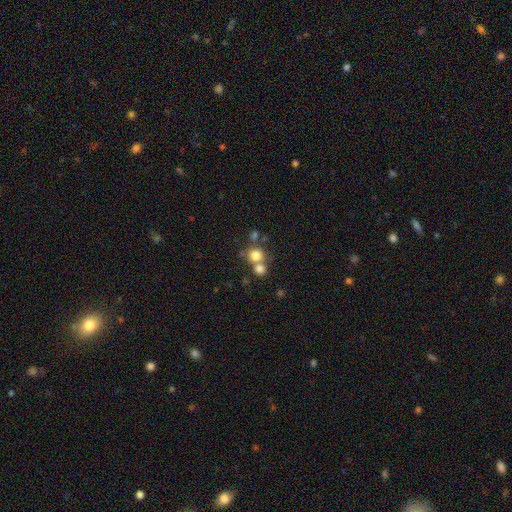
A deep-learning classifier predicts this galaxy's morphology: This appears to be a smooth galaxy with no disk features (77%) that is round (87%). Merging: none (50%).